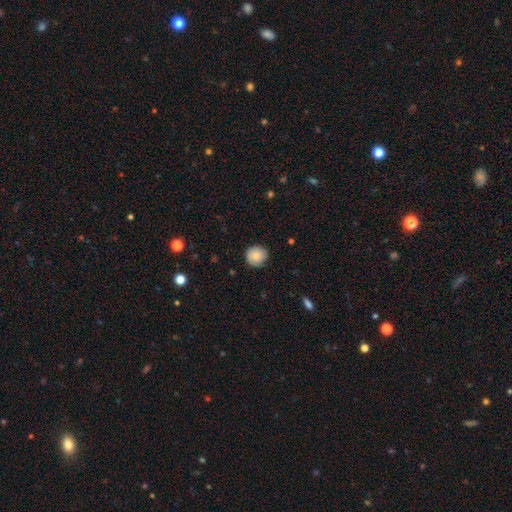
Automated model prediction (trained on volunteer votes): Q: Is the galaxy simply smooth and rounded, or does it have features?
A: smooth — 78%.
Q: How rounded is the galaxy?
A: round — 91%.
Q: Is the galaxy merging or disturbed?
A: none — 79%.